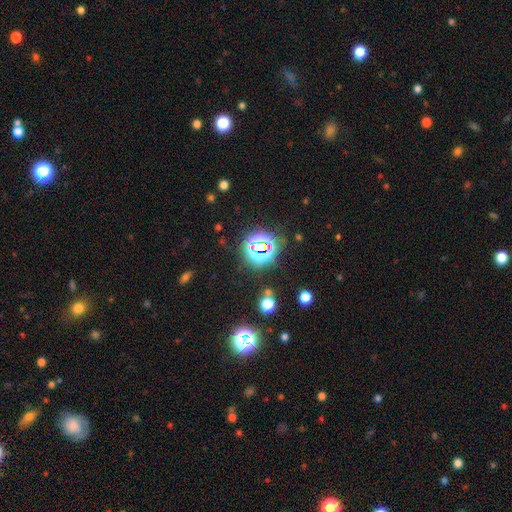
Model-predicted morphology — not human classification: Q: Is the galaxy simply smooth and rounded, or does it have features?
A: star or artifact — 75%.